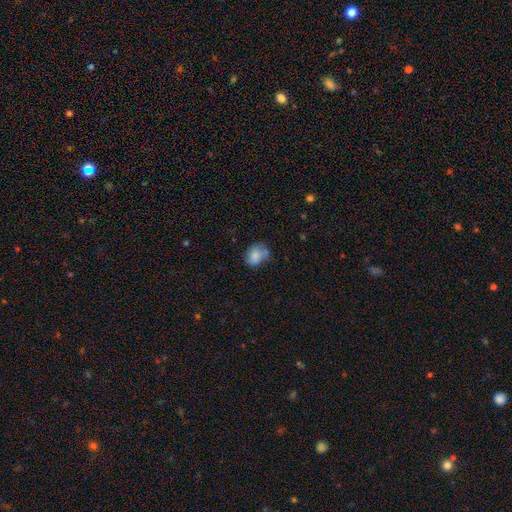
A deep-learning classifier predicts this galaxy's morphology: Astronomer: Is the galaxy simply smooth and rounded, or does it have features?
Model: smooth — 79%.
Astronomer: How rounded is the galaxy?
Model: in between — 58% (runner-up: round, 41%).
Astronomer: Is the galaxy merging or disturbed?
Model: none — 49% (runner-up: minor disturbance, 28%).